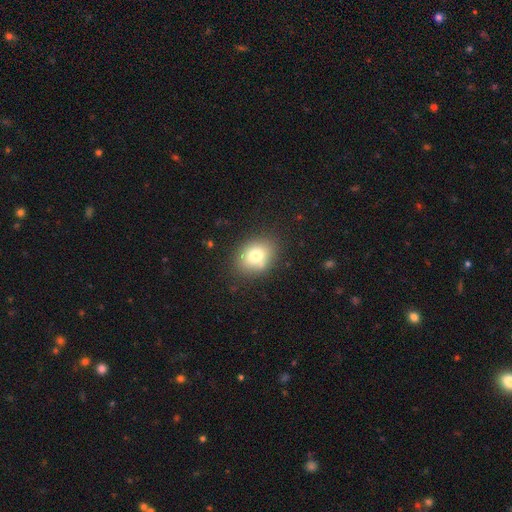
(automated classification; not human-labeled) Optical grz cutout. It shows a smooth galaxy with no disk features (75%) that is in between round and cigar-shaped (55%). Merging: none (81%).